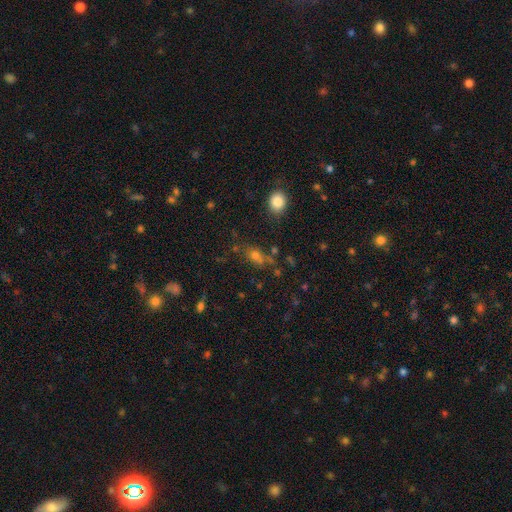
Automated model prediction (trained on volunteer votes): This appears to be a smooth galaxy with no disk features (65%) that is in between round and cigar-shaped (50%). Merging: none (62%).